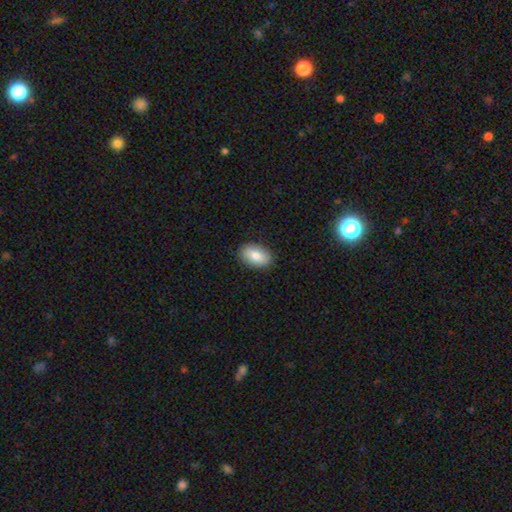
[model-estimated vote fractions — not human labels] This appears to be a smooth galaxy with no disk features (81%) that is in between round and cigar-shaped (90%). Merging: none (89%).